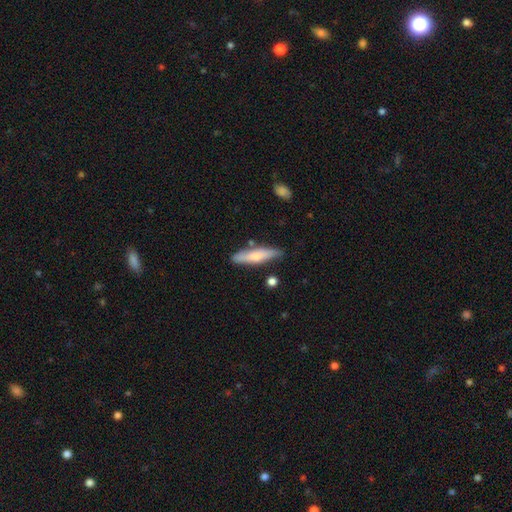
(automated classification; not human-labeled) This is likely a smooth galaxy (66%). How rounded: likely cigar-shaped (78%). Merging: likely none (77%).